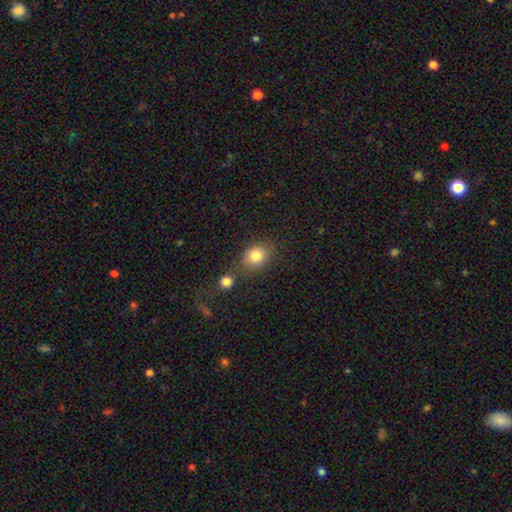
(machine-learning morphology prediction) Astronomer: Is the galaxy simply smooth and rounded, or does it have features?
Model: smooth — 82%.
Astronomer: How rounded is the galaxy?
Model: round — 58% (runner-up: in between, 41%).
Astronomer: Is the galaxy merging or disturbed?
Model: none — 59%.